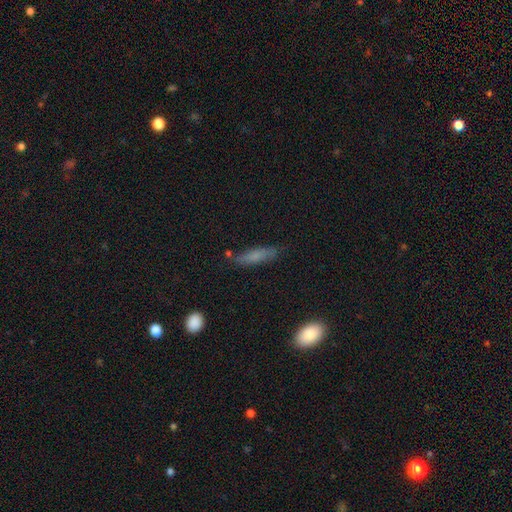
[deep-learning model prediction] This is likely a smooth galaxy (69%). How rounded: likely cigar-shaped (70%). Merging: likely none (76%).